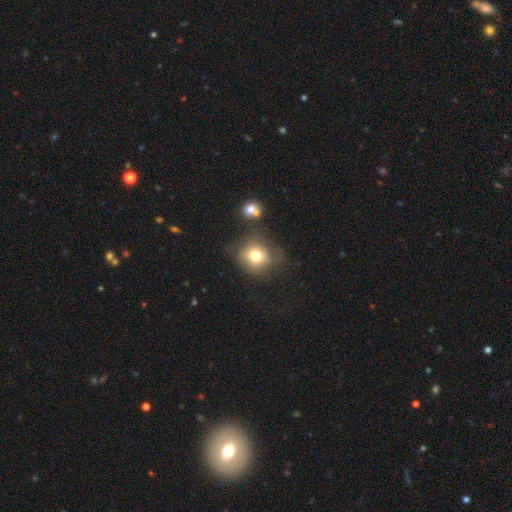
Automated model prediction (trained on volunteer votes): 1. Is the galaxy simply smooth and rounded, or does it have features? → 74% smooth, 14% featured or disk, 12% star or artifact.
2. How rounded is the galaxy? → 84% round, 15% in between, 1% cigar-shaped.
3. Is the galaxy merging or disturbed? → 63% none, 20% minor disturbance, 9% major disturbance, 8% merger.